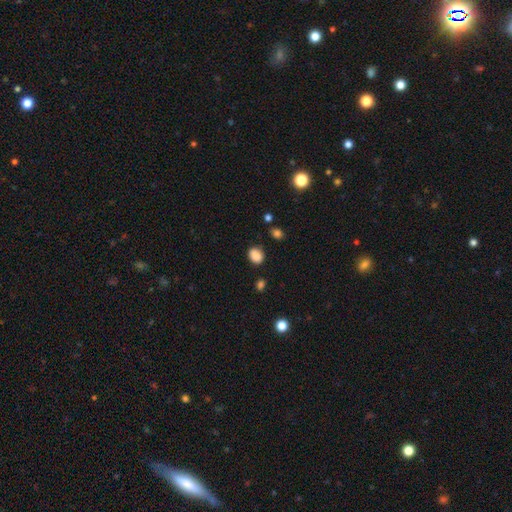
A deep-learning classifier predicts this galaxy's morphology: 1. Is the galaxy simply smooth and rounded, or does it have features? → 87% smooth, 10% star or artifact, 4% featured or disk.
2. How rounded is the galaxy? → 63% in between, 36% round, 1% cigar-shaped.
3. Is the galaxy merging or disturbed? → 80% none, 15% minor disturbance, 3% major disturbance, 2% merger.